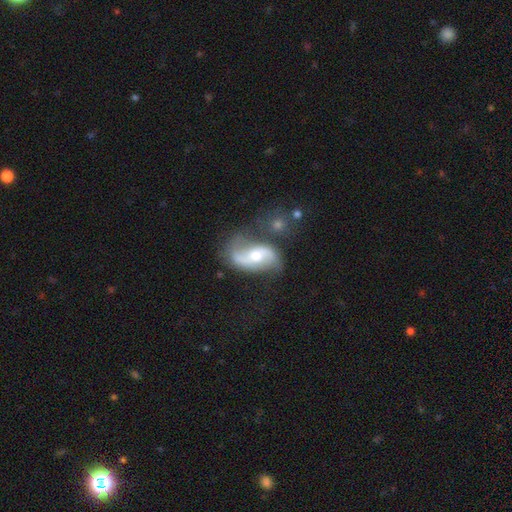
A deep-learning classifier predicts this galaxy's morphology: A featured or disk galaxy (84%) with no bar (42%), 2 (91%) loose (65%) spiral arms (94%) and a moderate central bulge (65%). Merging: none (58%).